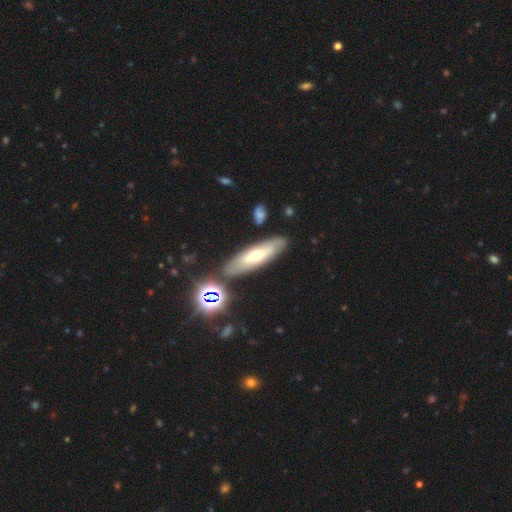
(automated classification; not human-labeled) Smooth or featured: featured or disk — 50% (smooth — 40%)
Edge-on disk: no — 57% (yes — 43%)
Merging: none — 83% (minor disturbance — 10%)